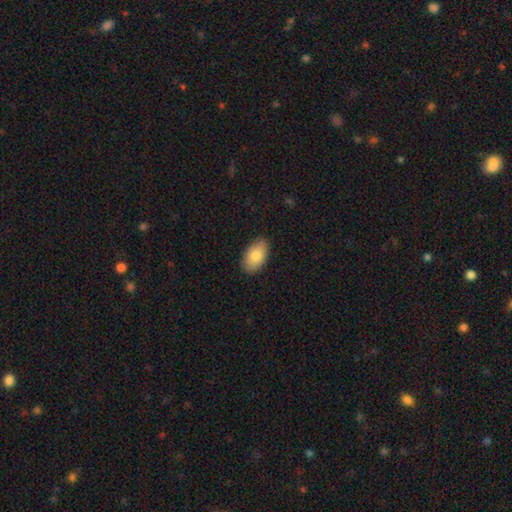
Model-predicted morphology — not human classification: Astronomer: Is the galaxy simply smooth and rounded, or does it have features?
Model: smooth — 84%.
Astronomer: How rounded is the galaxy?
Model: in between — 94%.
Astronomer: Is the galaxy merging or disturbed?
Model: none — 86%.